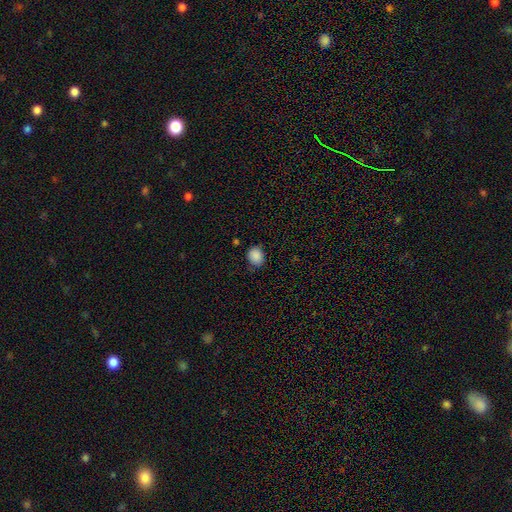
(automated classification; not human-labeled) Smooth or featured? smooth (87%)
How rounded? round (65%)
Merging? none (76%)